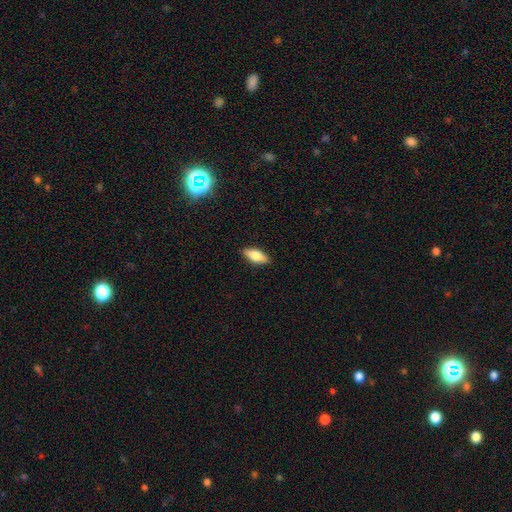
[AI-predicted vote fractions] Overall: smooth (71%). How rounded: in between (75%). Merging: none (88%).